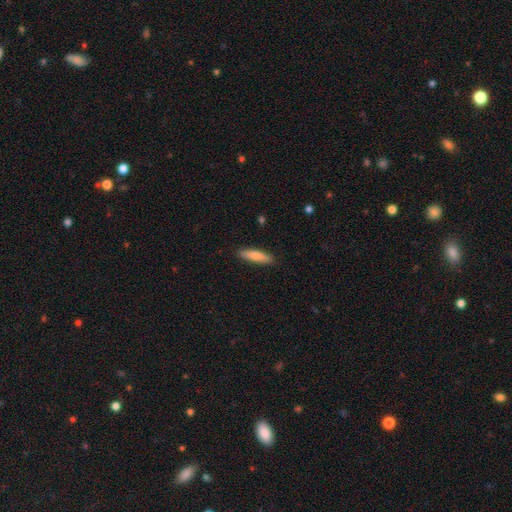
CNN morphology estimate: Smooth or featured? Predicted: smooth (p=0.80). How rounded? Predicted: cigar-shaped (p=0.78). Merging? Predicted: none (p=0.88).